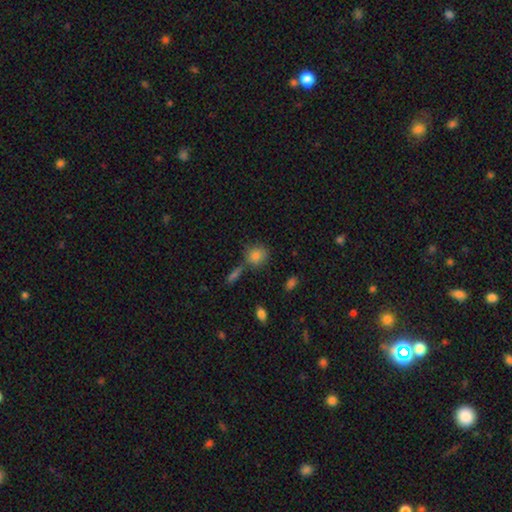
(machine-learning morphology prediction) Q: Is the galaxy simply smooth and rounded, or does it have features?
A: smooth — 81%.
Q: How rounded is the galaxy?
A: round — 75%.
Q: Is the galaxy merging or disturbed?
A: none — 63%.